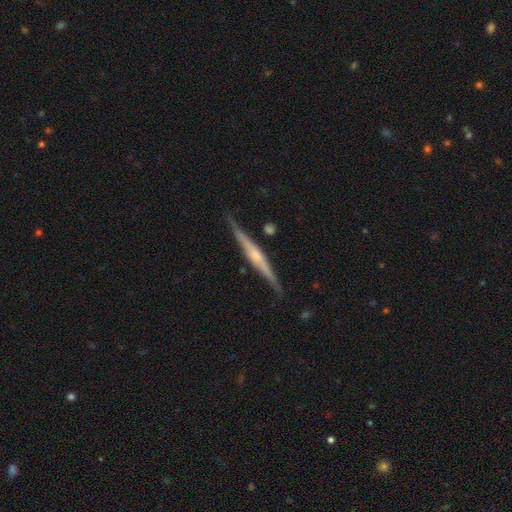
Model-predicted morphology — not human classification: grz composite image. It shows a featured or disk galaxy (77%) viewed edge-on (98%) with a rounded central bulge (72%). Merging: none (85%).